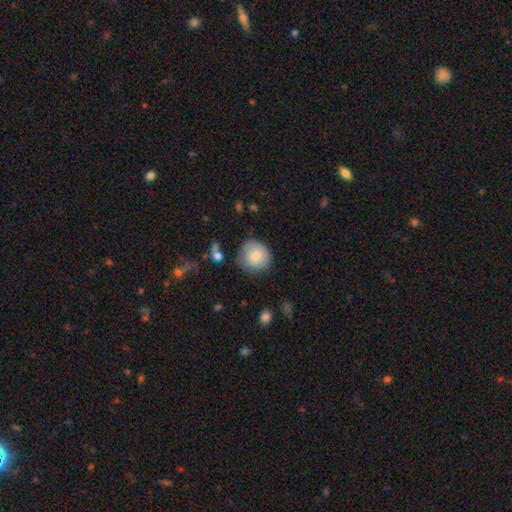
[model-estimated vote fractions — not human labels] Smooth or featured? Predicted: smooth (p=0.78). How rounded? Predicted: round (p=0.88). Merging? Predicted: none (p=0.73).